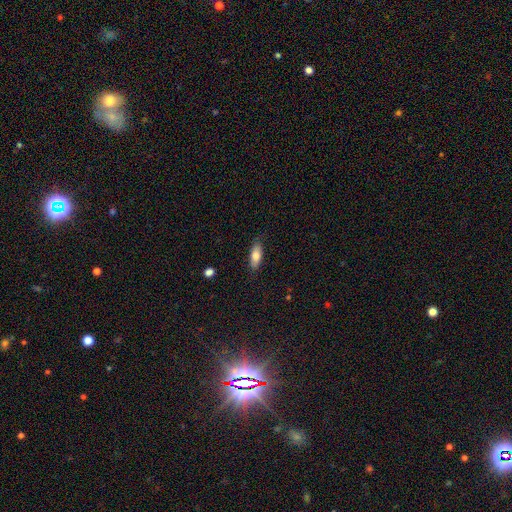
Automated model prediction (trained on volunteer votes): smooth_or_featured: smooth (p=0.79) [alt: featured or disk p=0.15]
how_rounded: in between (p=0.73) [alt: cigar-shaped p=0.24]
merging: none (p=0.80) [alt: minor disturbance p=0.16]